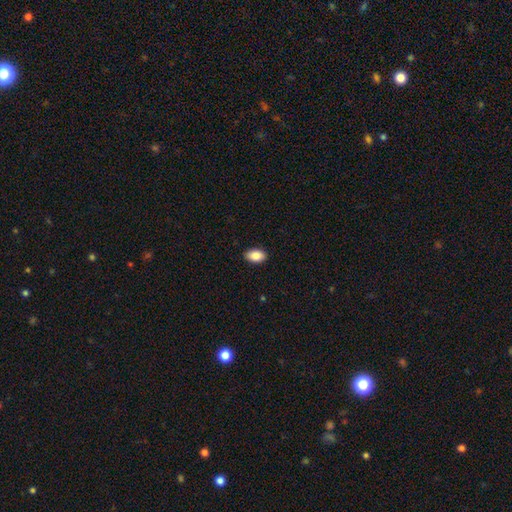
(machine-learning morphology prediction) A smooth galaxy with no disk features (87%) that is in between round and cigar-shaped (91%). Merging: none (90%).